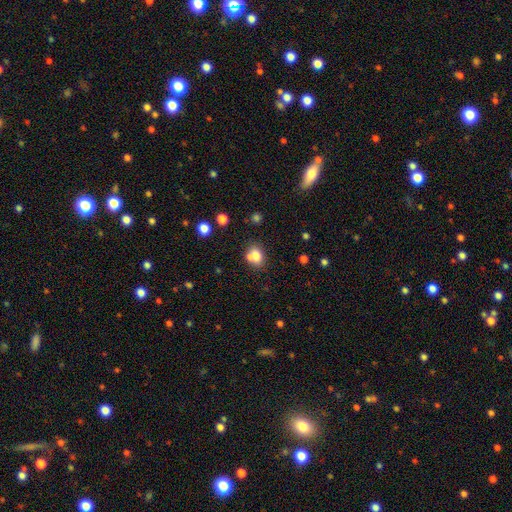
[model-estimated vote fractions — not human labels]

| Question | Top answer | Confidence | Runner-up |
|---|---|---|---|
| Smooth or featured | smooth | 76% | featured or disk (13%) |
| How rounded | round | 50% | in between (49%) |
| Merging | none | 50% | merger (34%) |